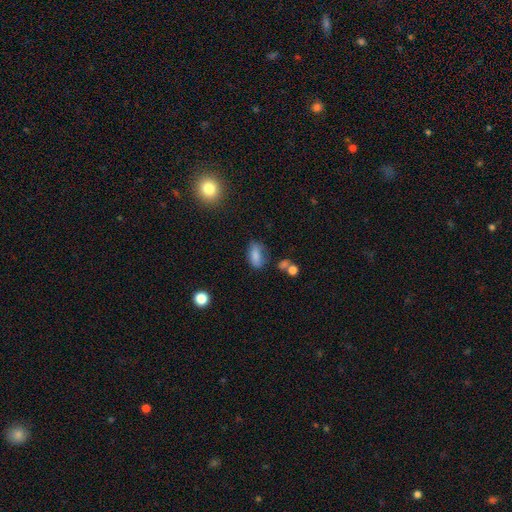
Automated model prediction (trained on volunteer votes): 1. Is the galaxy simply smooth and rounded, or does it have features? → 80% smooth, 11% star or artifact, 9% featured or disk.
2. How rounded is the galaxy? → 85% in between, 8% round, 7% cigar-shaped.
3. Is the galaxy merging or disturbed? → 55% none, 27% minor disturbance, 12% major disturbance, 6% merger.